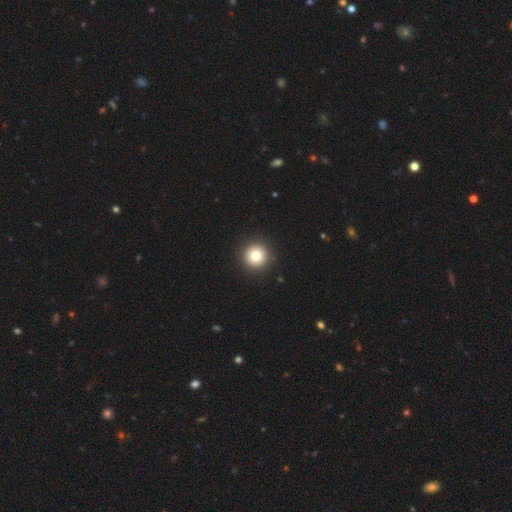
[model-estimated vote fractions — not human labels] This appears to be a smooth galaxy with no disk features (78%) that is round (97%). Merging: none (93%).